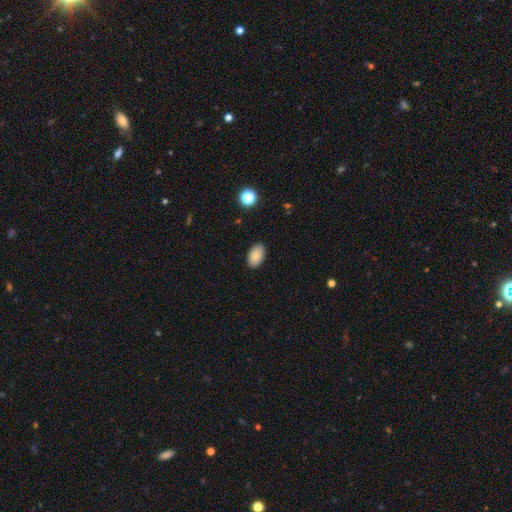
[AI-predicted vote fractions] Smooth or featured: smooth — 84% (star or artifact — 8%)
How rounded: in between — 92% (round — 6%)
Merging: none — 88% (minor disturbance — 9%)